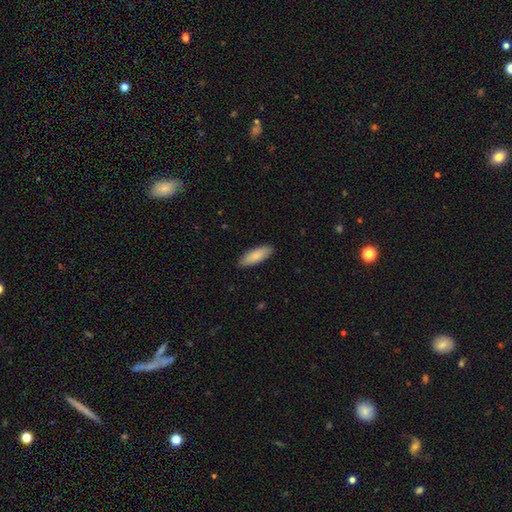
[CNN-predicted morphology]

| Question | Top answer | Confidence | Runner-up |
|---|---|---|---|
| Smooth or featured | smooth | 85% | featured or disk (10%) |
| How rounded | in between | 65% | cigar-shaped (33%) |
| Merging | none | 89% | minor disturbance (8%) |